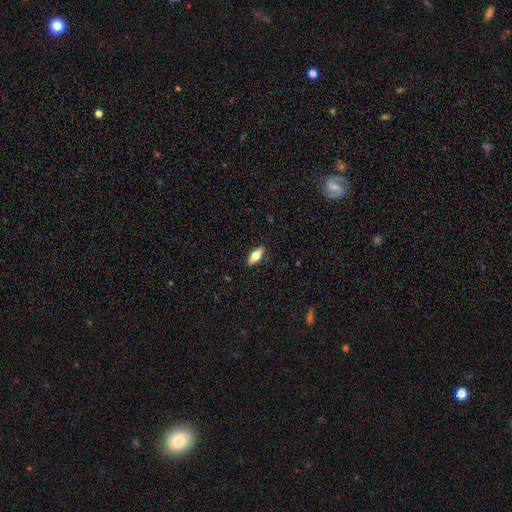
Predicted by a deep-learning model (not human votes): Smooth or featured? smooth (59%)
How rounded? in between (67%)
Merging? none (89%)